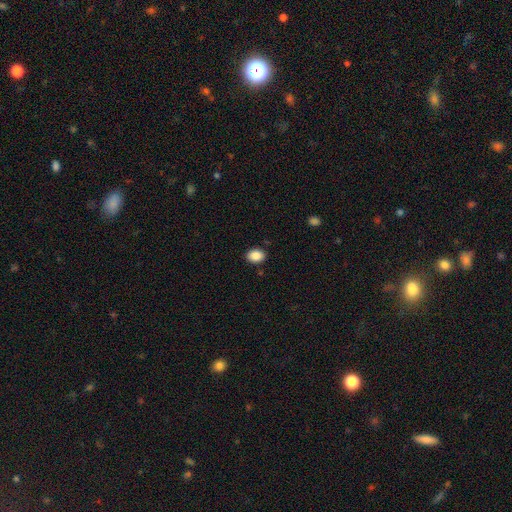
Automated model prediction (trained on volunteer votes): Smooth or featured?
  - smooth: 88% *
  - star or artifact: 8%
  - featured or disk: 4%
How rounded?
  - in between: 72% *
  - round: 27%
  - cigar-shaped: 1%
Merging?
  - none: 88% *
  - minor disturbance: 9%
  - major disturbance: 2%
  - merger: 1%